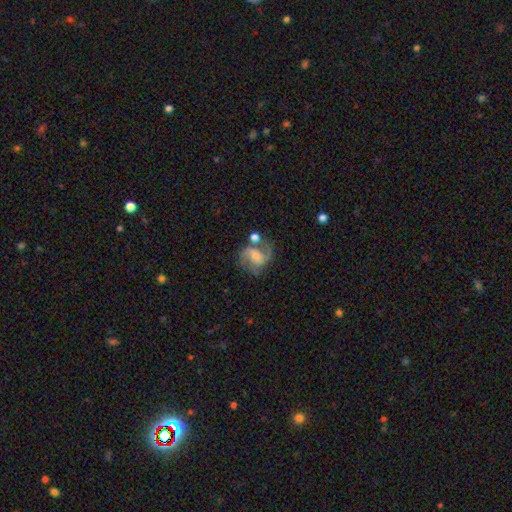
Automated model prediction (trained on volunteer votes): Smooth or featured: featured or disk — 81% (smooth — 12%)
Edge-on disk: no — 98% (yes — 2%)
Bar: weak — 47% (no — 34%)
Spiral arms: yes — 95% (no — 5%)
Spiral winding: medium — 53% (loose — 32%)
Spiral arm count: 2 — 84% (3 — 6%)
Bulge size: small — 54% (moderate — 33%)
Merging: none — 56% (minor disturbance — 17%)